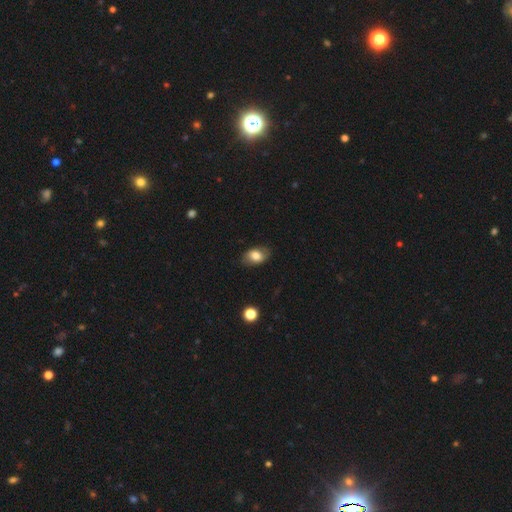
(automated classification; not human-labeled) Smooth or featured: smooth — 74% (featured or disk — 18%)
How rounded: in between — 85% (round — 14%)
Merging: none — 78% (minor disturbance — 17%)